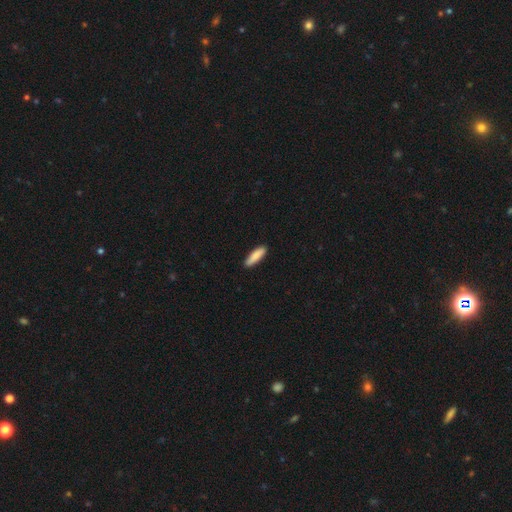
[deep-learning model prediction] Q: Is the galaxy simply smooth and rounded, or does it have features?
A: smooth — 87%.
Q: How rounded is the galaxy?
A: cigar-shaped — 64%.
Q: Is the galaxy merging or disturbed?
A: none — 89%.